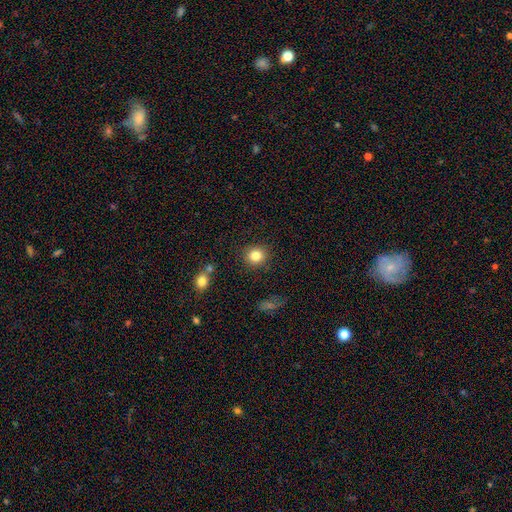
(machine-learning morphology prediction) Smooth or featured? smooth (83%)
How rounded? round (88%)
Merging? none (88%)